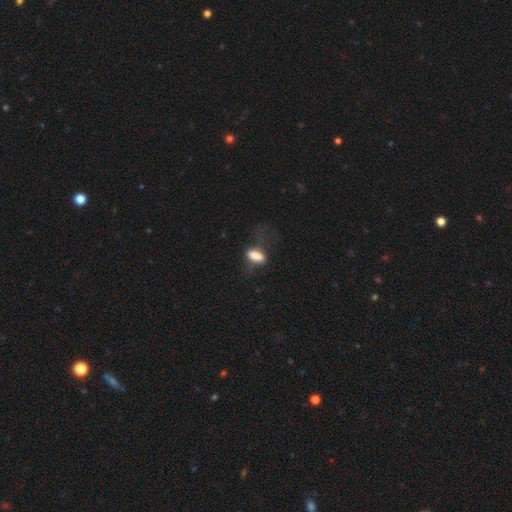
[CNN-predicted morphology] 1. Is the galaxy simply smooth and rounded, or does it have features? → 74% smooth, 17% featured or disk, 10% star or artifact.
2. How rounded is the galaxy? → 71% in between, 24% cigar-shaped, 6% round.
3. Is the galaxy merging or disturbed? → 46% none, 27% major disturbance, 24% minor disturbance, 3% merger.